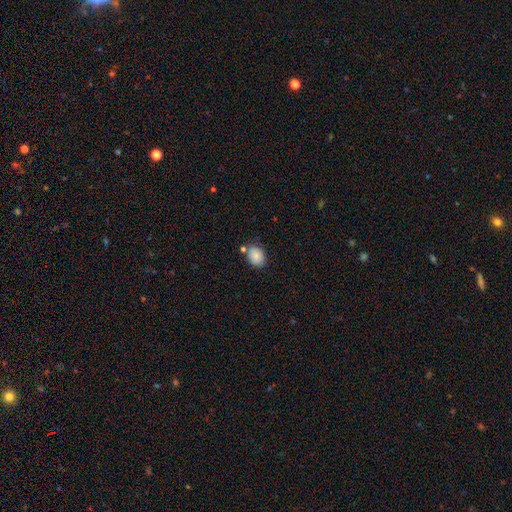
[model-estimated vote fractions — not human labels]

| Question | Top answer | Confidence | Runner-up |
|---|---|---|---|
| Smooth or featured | smooth | 85% | star or artifact (8%) |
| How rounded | in between | 60% | round (39%) |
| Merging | none | 68% | minor disturbance (16%) |